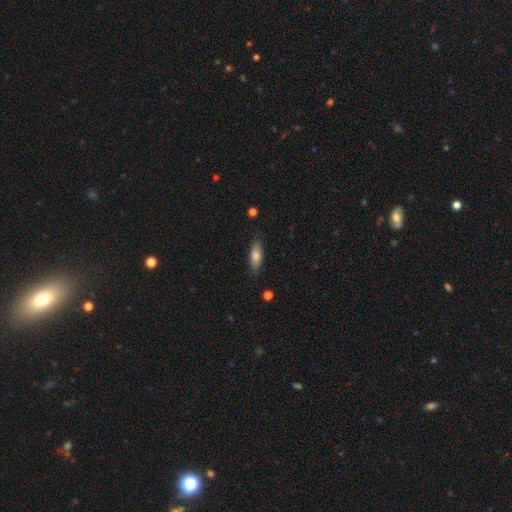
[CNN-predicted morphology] Smooth or featured? smooth (76%)
How rounded? in between (69%)
Merging? none (84%)